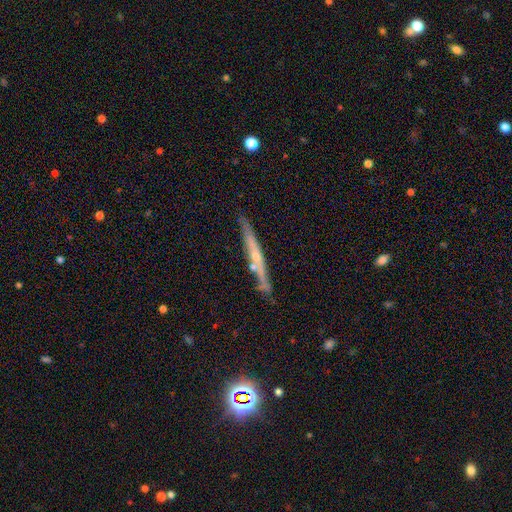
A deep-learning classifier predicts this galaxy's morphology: Smooth or featured? featured or disk (61%)
Edge-on disk? yes (94%)
Edge-on bulge? rounded (49%)
Merging? none (78%)